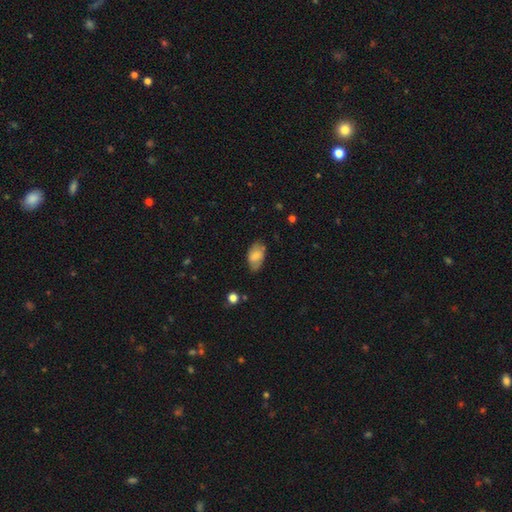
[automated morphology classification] Smooth or featured? Predicted: smooth (p=0.70). How rounded? Predicted: in between (p=0.92). Merging? Predicted: none (p=0.67).